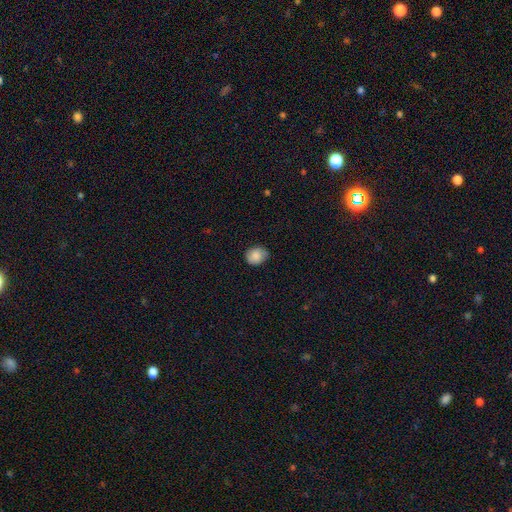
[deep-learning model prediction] Q: Smooth or featured?
A: smooth (84%); runner-up: star or artifact (8%)
Q: How rounded?
A: round (59%); runner-up: in between (40%)
Q: Merging?
A: none (79%); runner-up: minor disturbance (17%)